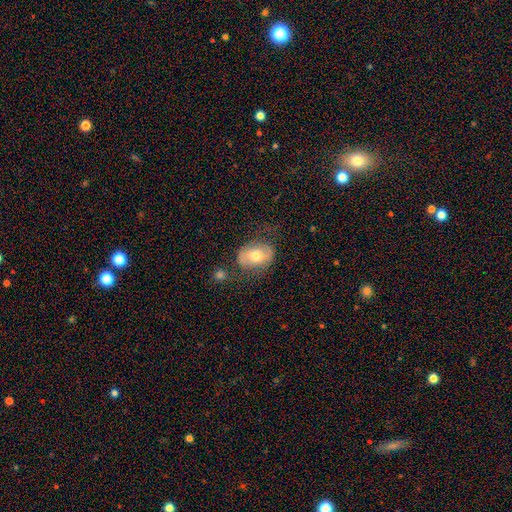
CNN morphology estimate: smooth 52%, featured or disk 41%, star or artifact 7%. Down the decision tree: how rounded — in between (79%); merging — none (65%).